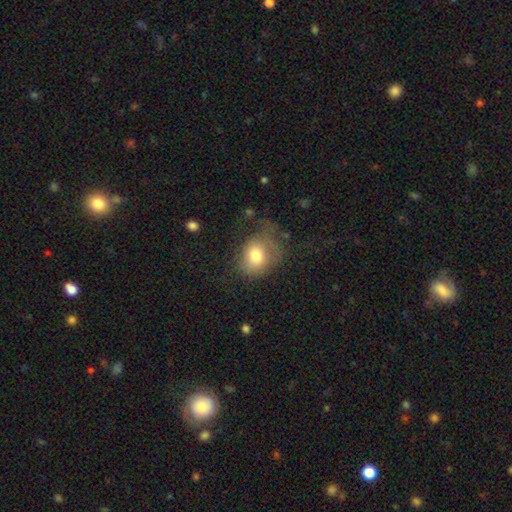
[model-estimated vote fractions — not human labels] The model was most divided on "how rounded": round: 51%, in between: 48%, cigar-shaped: 1%. Remaining: smooth or featured — smooth (76%); merging — none (40%).